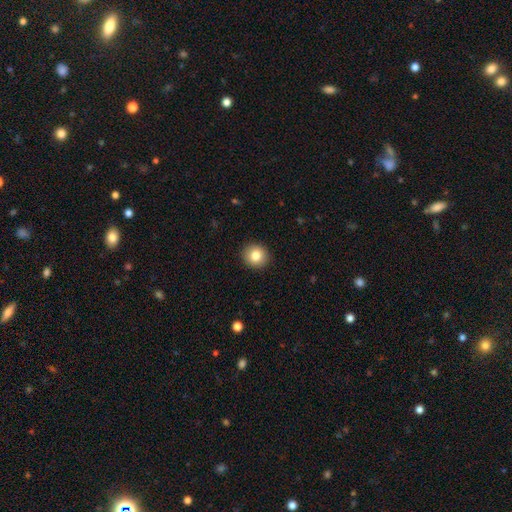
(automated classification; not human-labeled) A smooth galaxy with no disk features (83%) that is round (91%).

Vote fractions:
- Smooth or featured? smooth: 83% / star or artifact: 9% / featured or disk: 8%
- How rounded? round: 91% / in between: 8% / cigar-shaped: 1%
- Merging? none: 92% / minor disturbance: 5% / major disturbance: 2% / merger: 1%